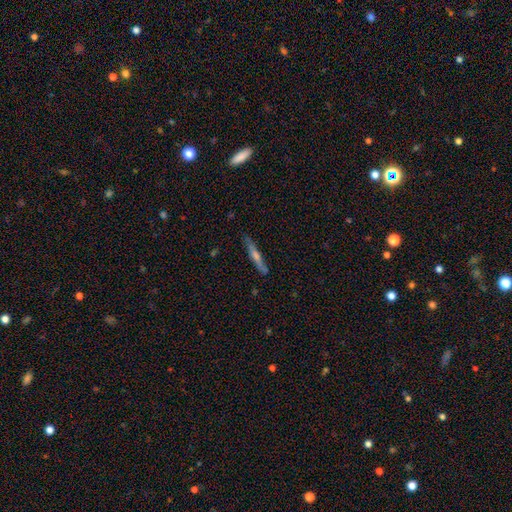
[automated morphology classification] Smooth or featured? featured or disk (59%)
Edge-on disk? yes (96%)
Edge-on bulge? rounded (70%)
Merging? none (86%)